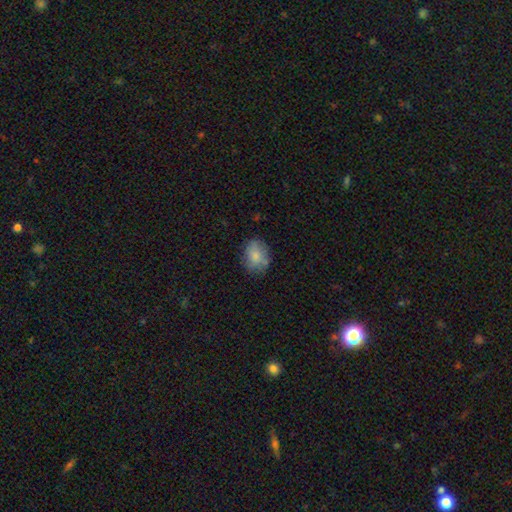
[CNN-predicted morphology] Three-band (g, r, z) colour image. It shows a smooth galaxy with no disk features (79%) that is in between round and cigar-shaped (58%). Merging: none (72%).